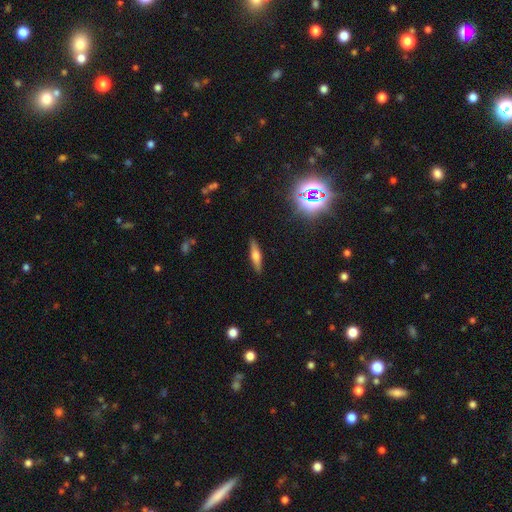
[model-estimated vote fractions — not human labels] smooth-or-featured: smooth: 50% | featured or disk: 40% | star or artifact: 11%
  merging: none: 89% | minor disturbance: 8% | major disturbance: 2% | merger: 1%